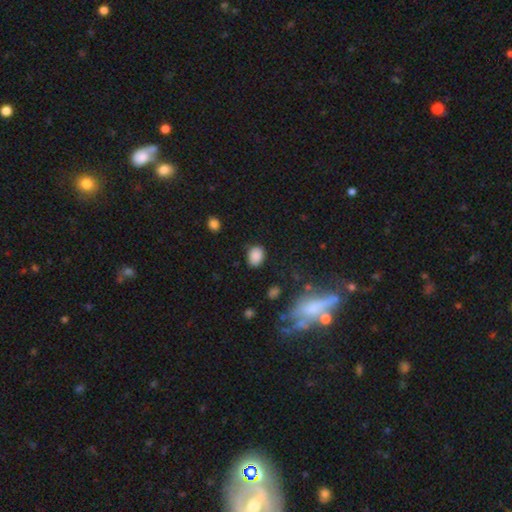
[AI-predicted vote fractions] The model was most divided on "how rounded": in between: 61%, round: 38%, cigar-shaped: 1%. More confident: smooth or featured — smooth (86%); merging — none (81%).